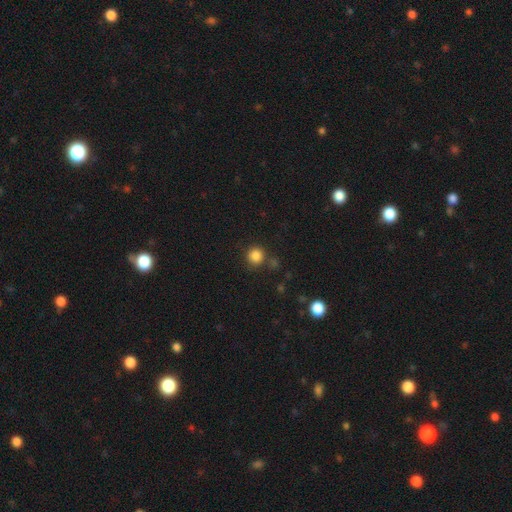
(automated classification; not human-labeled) smooth-or-featured: smooth: 85% | star or artifact: 11% | featured or disk: 4%
  how-rounded: round: 91% | in between: 8% | cigar-shaped: 1%
  merging: none: 80% | minor disturbance: 10% | merger: 7% | major disturbance: 4%